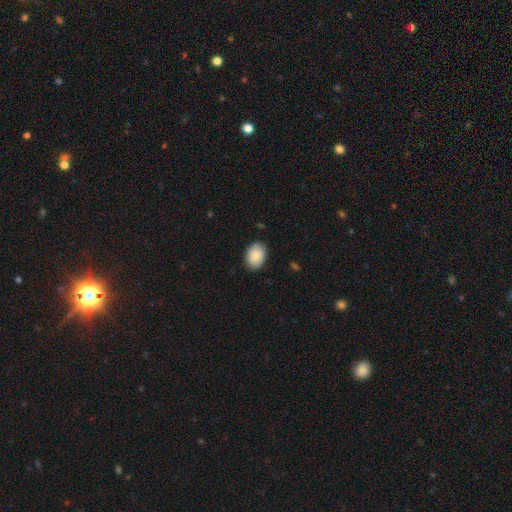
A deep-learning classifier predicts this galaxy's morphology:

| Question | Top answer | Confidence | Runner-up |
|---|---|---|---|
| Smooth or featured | smooth | 84% | featured or disk (10%) |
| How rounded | in between | 80% | round (19%) |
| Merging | none | 86% | minor disturbance (10%) |